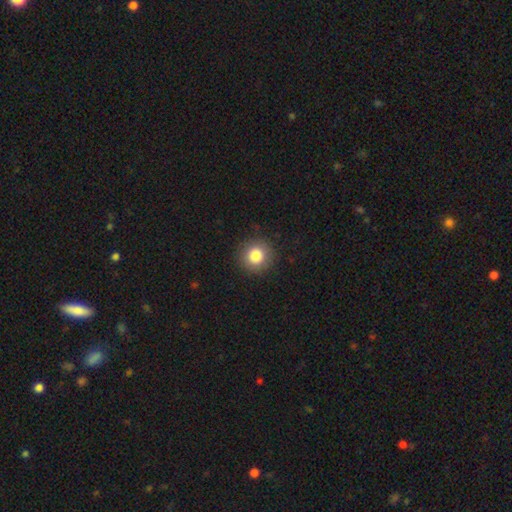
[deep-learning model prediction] Smooth or featured? Predicted: smooth (p=0.83). How rounded? Predicted: round (p=0.94). Merging? Predicted: none (p=0.90).